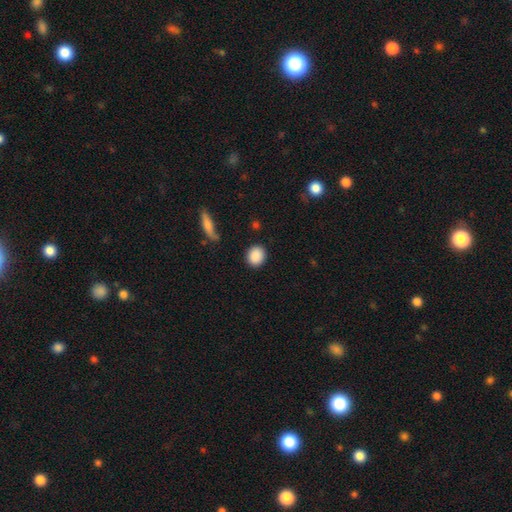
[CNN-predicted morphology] smooth 89%, star or artifact 7%, featured or disk 4%. Down the decision tree: how rounded — round (70%); merging — none (87%).